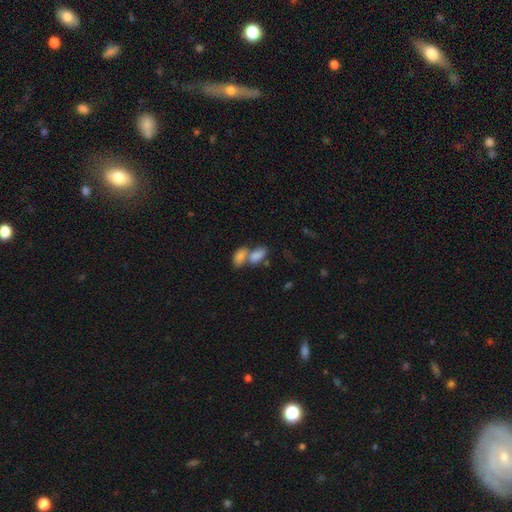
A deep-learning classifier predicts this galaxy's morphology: Q: Smooth or featured?
A: smooth (78%); runner-up: featured or disk (12%)
Q: How rounded?
A: in between (89%); runner-up: round (7%)
Q: Merging?
A: merger (66%); runner-up: none (23%)